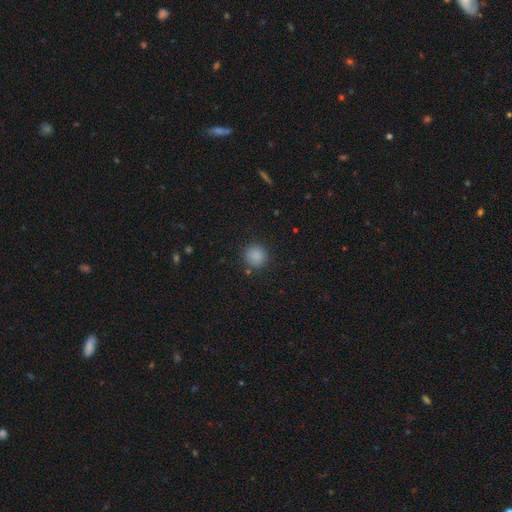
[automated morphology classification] The model was most divided on "smooth or featured": smooth: 86%, star or artifact: 11%, featured or disk: 3%. More confident: how rounded — round (91%); merging — none (87%).